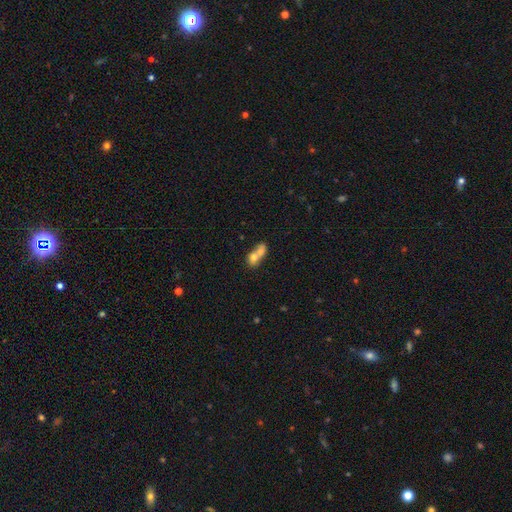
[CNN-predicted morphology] A smooth galaxy with no disk features (66%) that is in between round and cigar-shaped (56%). Merging: merger (74%).